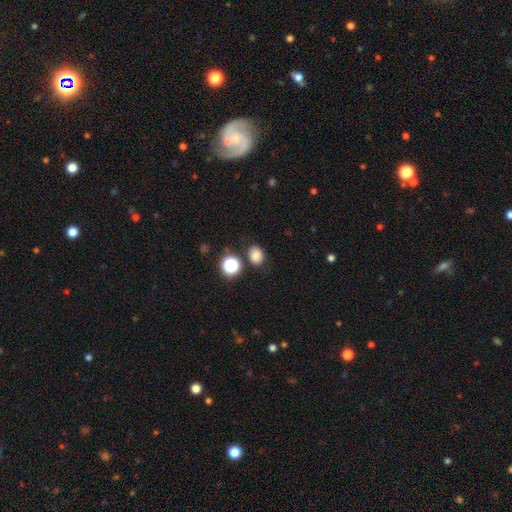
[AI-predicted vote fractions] This is likely a smooth galaxy (79%). How rounded: possibly round (53%). Merging: likely none (80%).